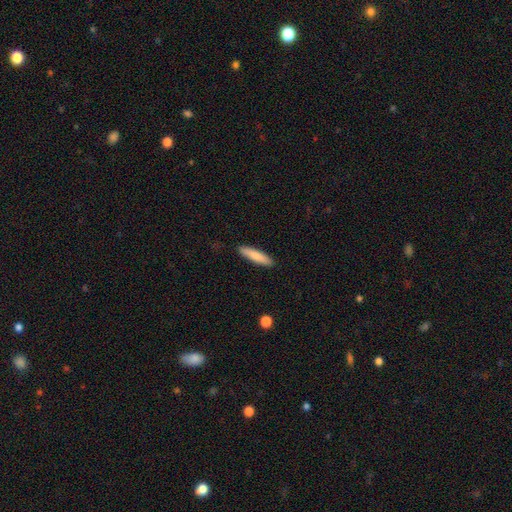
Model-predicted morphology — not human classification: This appears to be a smooth galaxy with no disk features (83%) that is cigar-shaped (81%). Merging: none (90%).